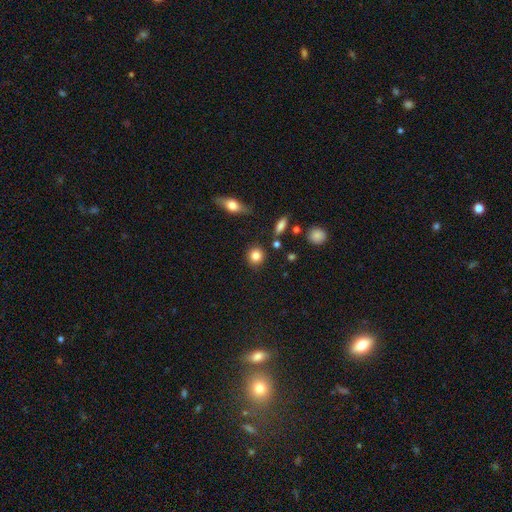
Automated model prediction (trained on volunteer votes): Smooth or featured? smooth (84%)
How rounded? round (86%)
Merging? none (87%)